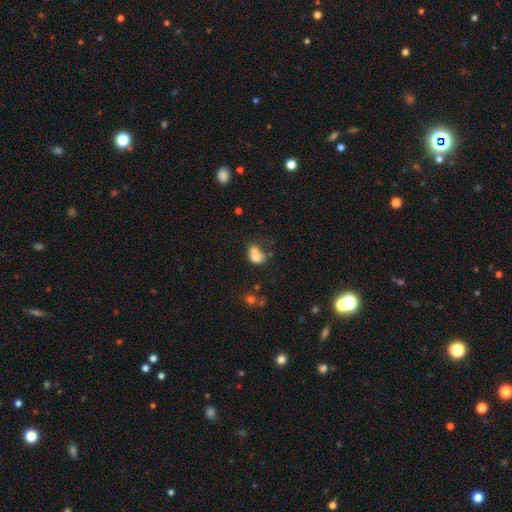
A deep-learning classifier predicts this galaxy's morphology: smooth 72%, featured or disk 16%, star or artifact 11%. Down the decision tree: how rounded — in between (60%); merging — merger (42%).